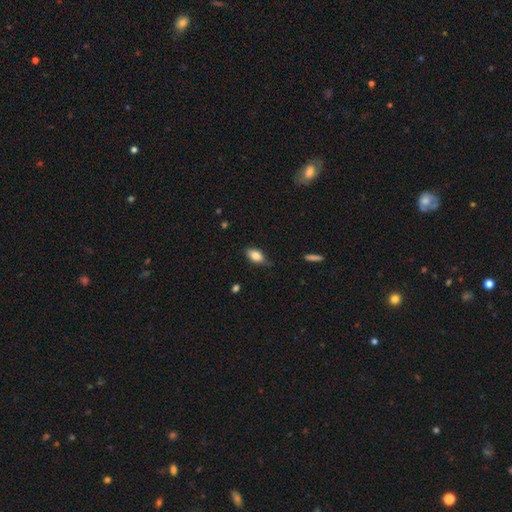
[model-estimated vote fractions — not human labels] smooth 82%, featured or disk 11%, star or artifact 7%. Down the decision tree: how rounded — in between (89%); merging — none (71%).